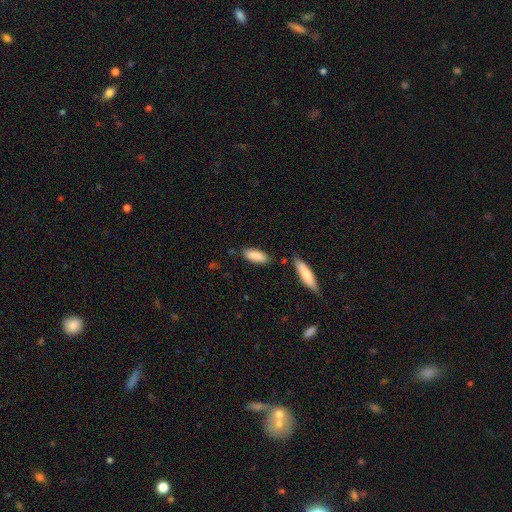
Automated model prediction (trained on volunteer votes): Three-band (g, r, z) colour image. It shows a smooth galaxy with no disk features (88%) that is in between round and cigar-shaped (69%). Merging: none (75%).